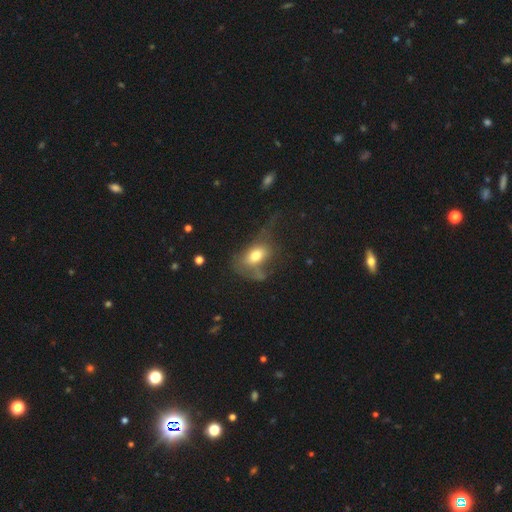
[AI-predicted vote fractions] smooth-or-featured: smooth: 67% | featured or disk: 23% | star or artifact: 9%
  how-rounded: in between: 83% | round: 14% | cigar-shaped: 3%
  merging: major disturbance: 43% | none: 27% | minor disturbance: 23% | merger: 6%